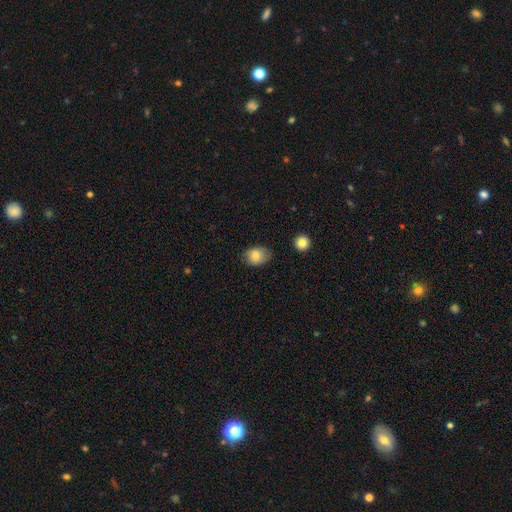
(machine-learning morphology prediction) smooth 76%, featured or disk 16%, star or artifact 8%. Down the decision tree: how rounded — in between (65%); merging — none (73%).